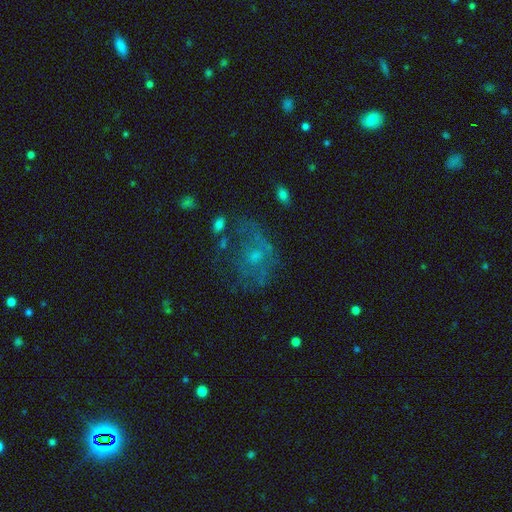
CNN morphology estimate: This is possibly a featured or disk galaxy (51%). It is clearly not viewed edge-on (97%). Merging: marginally none (38%).